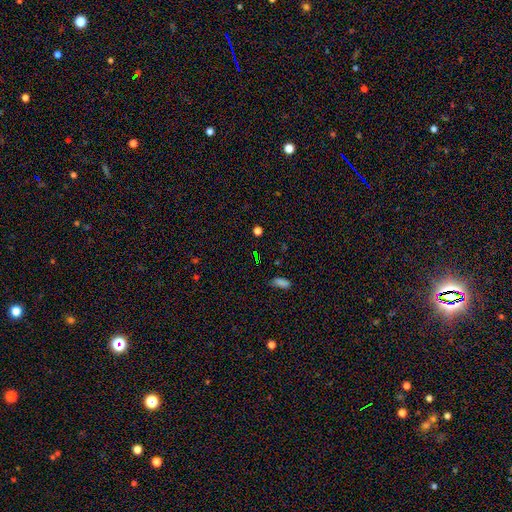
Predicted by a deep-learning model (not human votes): This is possibly a star or artifact rather than a galaxy (49%).